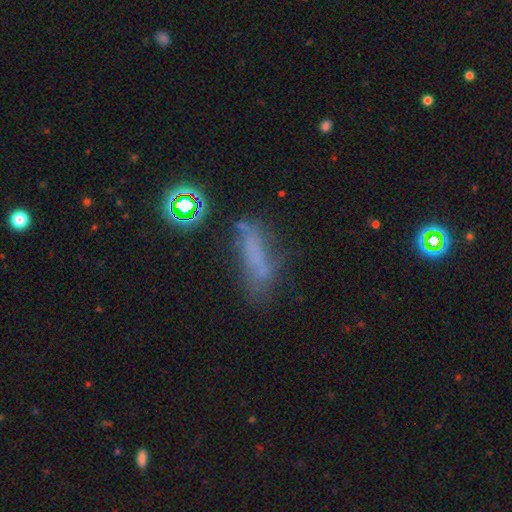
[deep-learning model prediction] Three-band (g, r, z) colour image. It shows a smooth galaxy with no disk features (47%). Merging: none (46%).